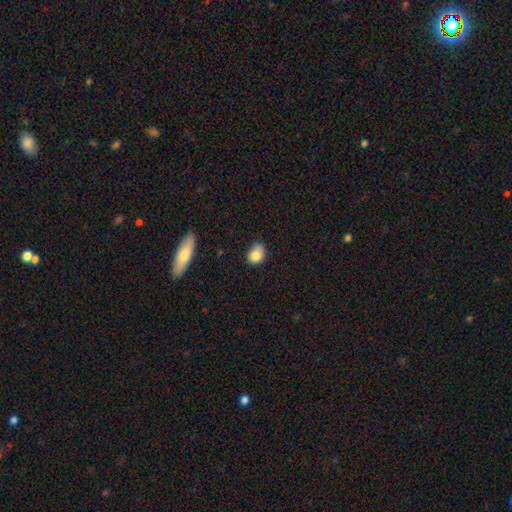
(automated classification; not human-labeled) Morphology: type=smooth (82%); roundness=in between (50%); merging=none (60%).